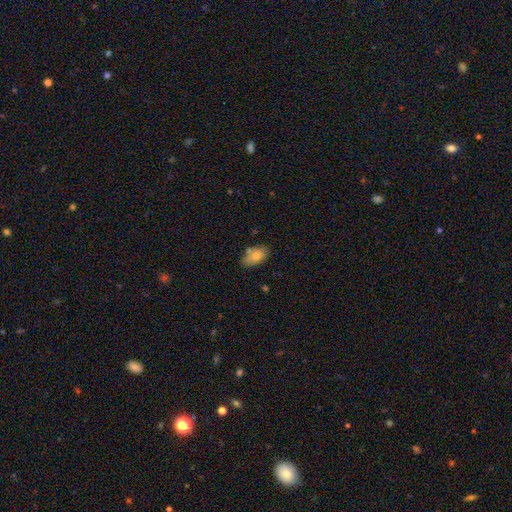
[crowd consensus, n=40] smooth_or_featured: smooth (p=0.70) [alt: featured or disk p=0.20]
how_rounded: in between (p=1.00)
merging: none (p=0.69) [alt: minor disturbance p=0.22]